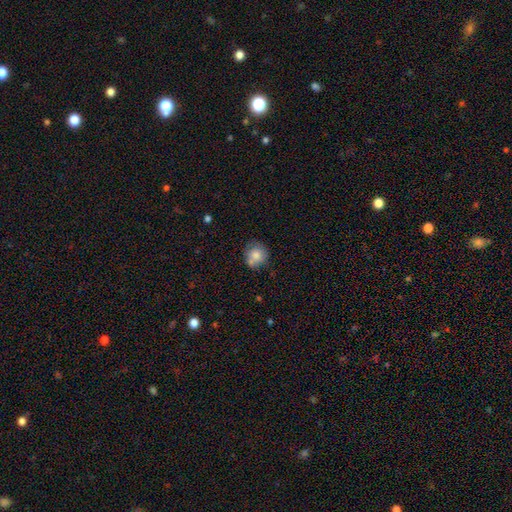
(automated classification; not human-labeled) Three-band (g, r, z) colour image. It shows a smooth galaxy with no disk features (76%) that is round (86%). Merging: none (61%).